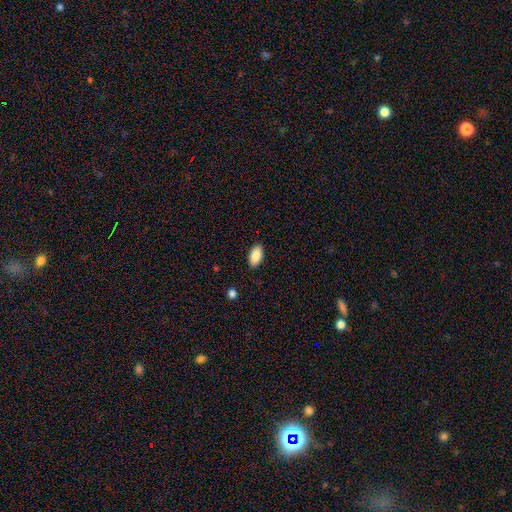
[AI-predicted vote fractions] A smooth galaxy with no disk features (88%) that is in between round and cigar-shaped (94%). Merging: none (88%).